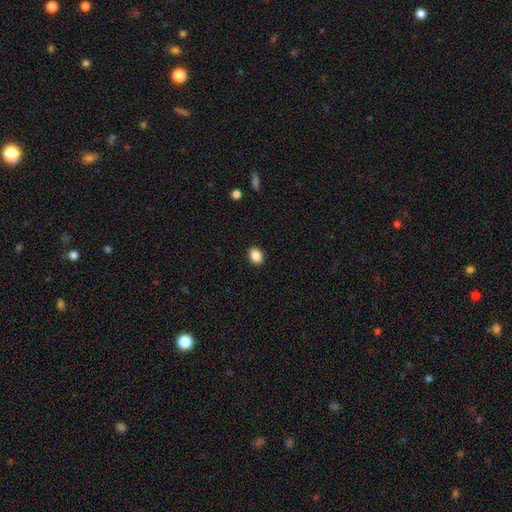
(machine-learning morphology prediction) This is clearly a smooth galaxy (88%). How rounded: likely in between (65%). Merging: clearly none (91%).